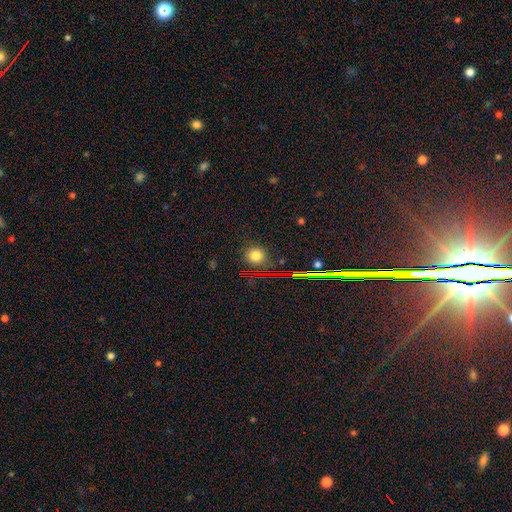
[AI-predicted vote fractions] Smooth or featured: smooth — 73% (star or artifact — 20%)
How rounded: round — 85% (in between — 14%)
Merging: none — 84% (minor disturbance — 10%)